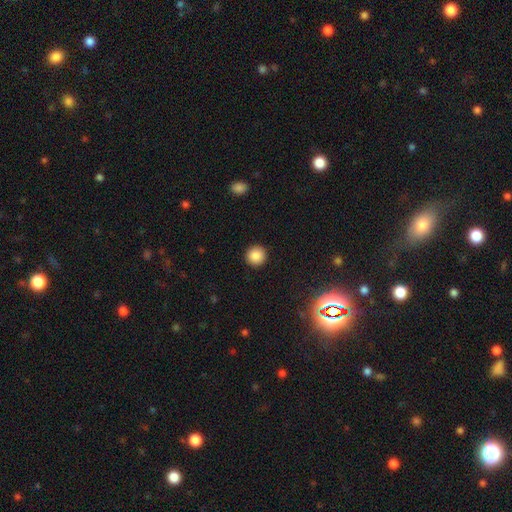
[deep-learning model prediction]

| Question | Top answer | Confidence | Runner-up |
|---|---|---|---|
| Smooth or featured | smooth | 87% | star or artifact (10%) |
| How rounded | round | 95% | in between (4%) |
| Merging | none | 93% | minor disturbance (4%) |